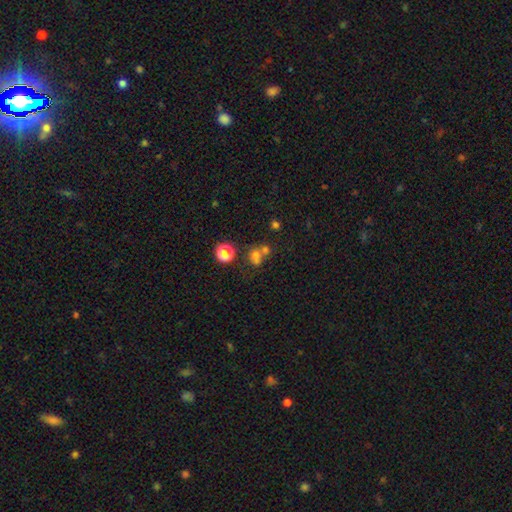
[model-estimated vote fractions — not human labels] Morphology: type=smooth (64%); roundness=round (72%); merging=merger (44%).